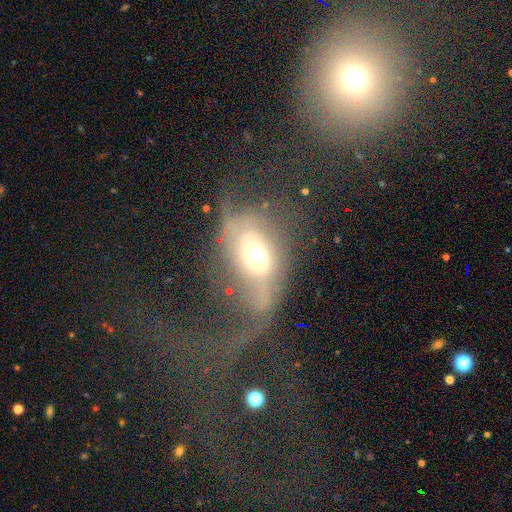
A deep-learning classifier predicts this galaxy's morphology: A featured or disk galaxy (48%). Merging: major disturbance (63%).